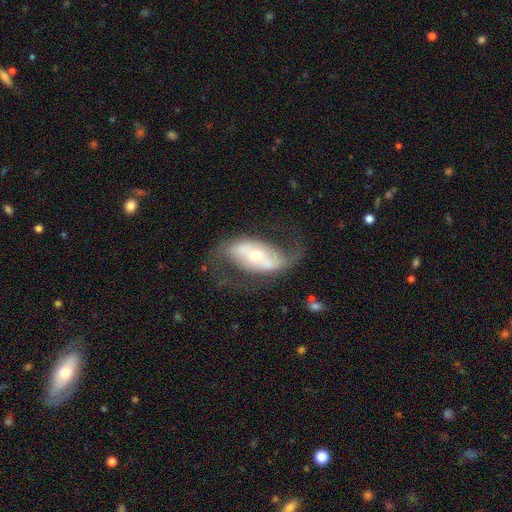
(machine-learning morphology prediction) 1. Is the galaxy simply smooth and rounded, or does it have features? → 79% featured or disk, 15% smooth, 6% star or artifact.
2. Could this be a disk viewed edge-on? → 93% no, 7% yes.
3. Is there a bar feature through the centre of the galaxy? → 40% strong, 32% no, 28% weak.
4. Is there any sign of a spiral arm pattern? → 84% yes, 16% no.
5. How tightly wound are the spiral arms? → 59% loose, 31% medium, 9% tight.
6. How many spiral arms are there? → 88% 2, 5% can't tell, 3% 1, 1% 3, 1% 4, 1% more than 4.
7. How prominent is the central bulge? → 50% moderate, 41% small, 6% large, 2% dominant, 1% none.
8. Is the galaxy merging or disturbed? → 61% none, 19% major disturbance, 17% minor disturbance, 3% merger.